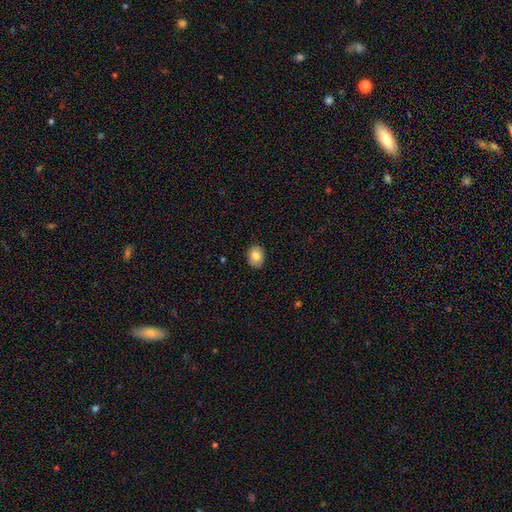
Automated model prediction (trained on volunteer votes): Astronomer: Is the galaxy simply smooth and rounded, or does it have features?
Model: smooth — 81%.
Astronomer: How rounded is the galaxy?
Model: in between — 66%.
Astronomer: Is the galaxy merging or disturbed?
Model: none — 89%.